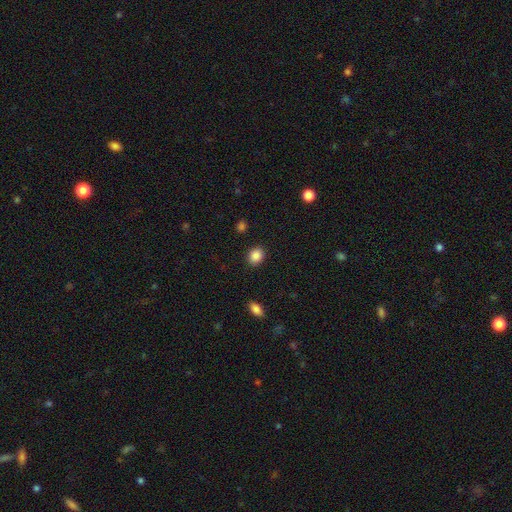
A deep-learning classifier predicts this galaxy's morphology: smooth_or_featured: smooth (p=0.88) [alt: star or artifact p=0.09]
how_rounded: round (p=0.55) [alt: in between p=0.44]
merging: none (p=0.89) [alt: minor disturbance p=0.07]